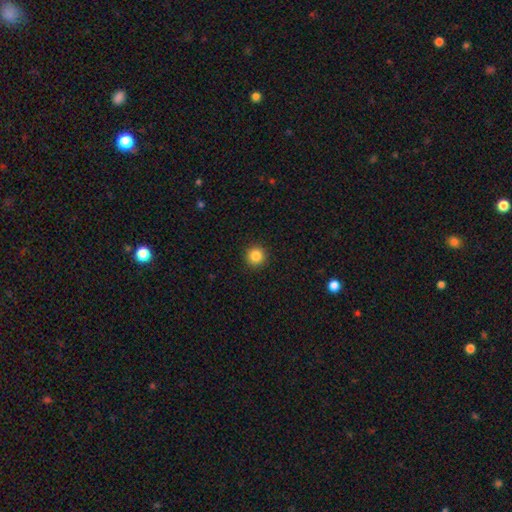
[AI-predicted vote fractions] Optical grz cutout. It shows a smooth galaxy with no disk features (85%) that is round (95%). Merging: none (93%).